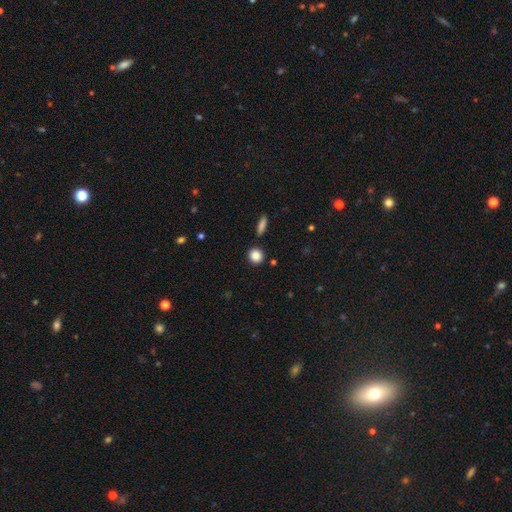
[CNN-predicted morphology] This is clearly a smooth galaxy (87%). How rounded: clearly round (86%). Merging: clearly none (87%).